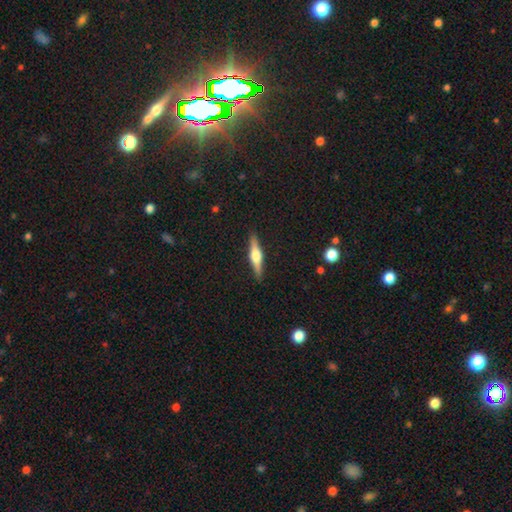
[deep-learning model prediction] Smooth or featured? featured or disk (65%)
Edge-on disk? yes (97%)
Edge-on bulge? rounded (91%)
Merging? none (90%)